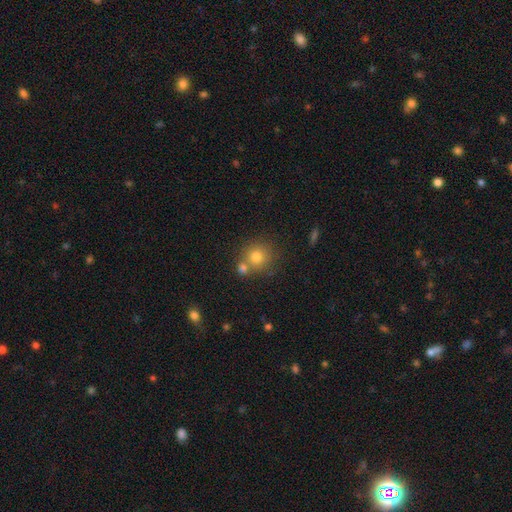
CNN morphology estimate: smooth-or-featured: smooth: 76% | star or artifact: 14% | featured or disk: 10%
  how-rounded: round: 89% | in between: 10% | cigar-shaped: 1%
  merging: none: 61% | merger: 27% | minor disturbance: 9% | major disturbance: 3%